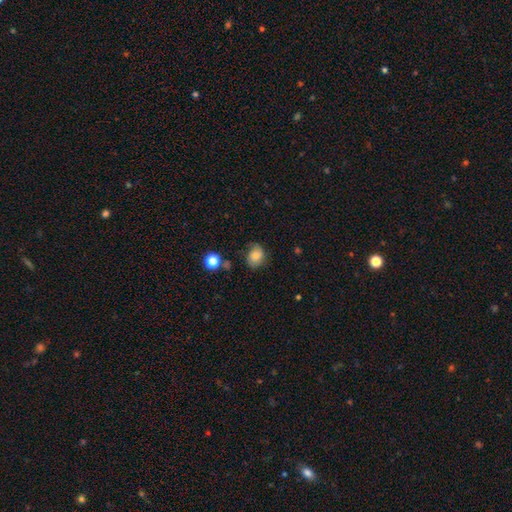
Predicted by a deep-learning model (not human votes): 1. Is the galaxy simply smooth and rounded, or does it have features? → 77% smooth, 12% featured or disk, 11% star or artifact.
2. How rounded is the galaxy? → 51% round, 48% in between, 1% cigar-shaped.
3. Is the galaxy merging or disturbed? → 64% none, 26% minor disturbance, 7% major disturbance, 3% merger.